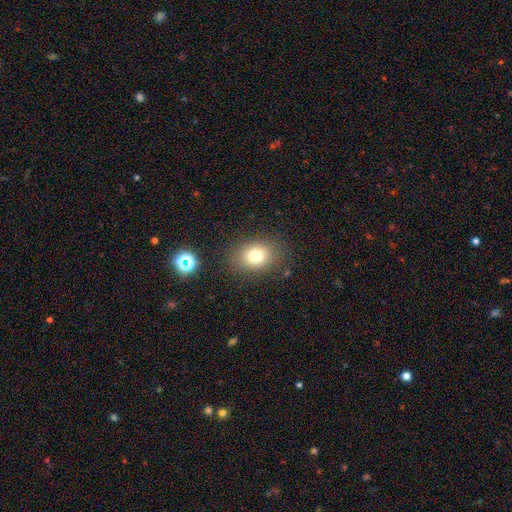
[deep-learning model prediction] smooth-or-featured: smooth: 75% | star or artifact: 15% | featured or disk: 10%
  how-rounded: in between: 50% | round: 49% | cigar-shaped: 1%
  merging: none: 83% | minor disturbance: 10% | major disturbance: 4% | merger: 2%